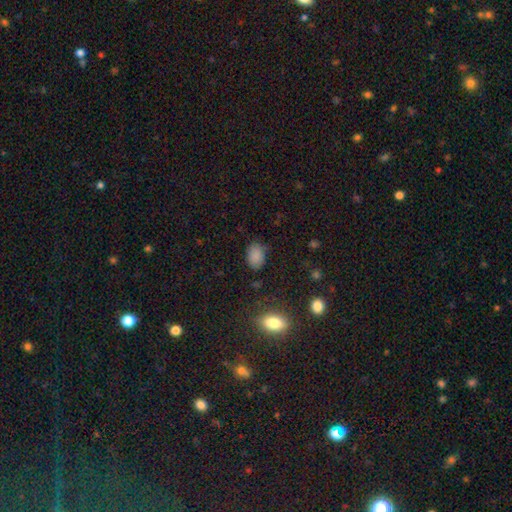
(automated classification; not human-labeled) Smooth or featured?
  - smooth: 85% *
  - star or artifact: 10%
  - featured or disk: 5%
How rounded?
  - in between: 83% *
  - round: 16%
  - cigar-shaped: 1%
Merging?
  - none: 81% *
  - minor disturbance: 14%
  - major disturbance: 4%
  - merger: 2%